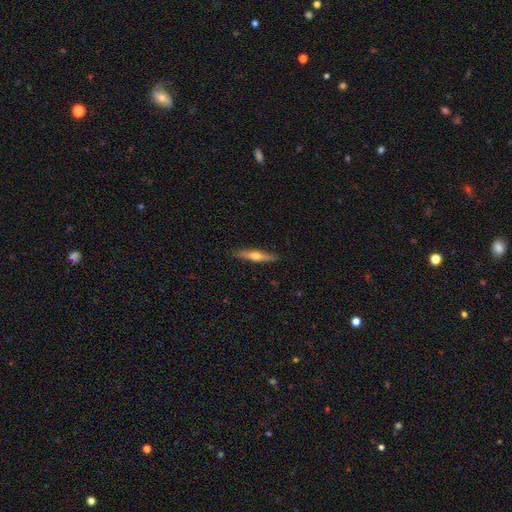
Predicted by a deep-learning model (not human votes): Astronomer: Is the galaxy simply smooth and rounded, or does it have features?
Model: featured or disk — 48% (runner-up: smooth, 46%).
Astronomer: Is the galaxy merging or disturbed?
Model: none — 88%.